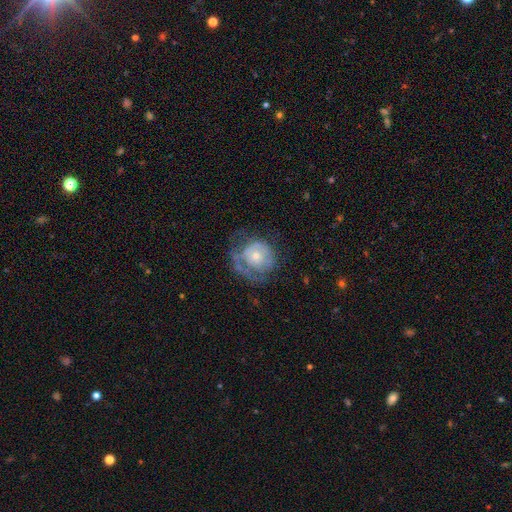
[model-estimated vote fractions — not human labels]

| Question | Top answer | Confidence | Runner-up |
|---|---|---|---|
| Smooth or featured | featured or disk | 56% | smooth (36%) |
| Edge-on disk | no | 97% | yes (3%) |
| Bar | no | 86% | weak (12%) |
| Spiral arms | yes | 52% | no (48%) |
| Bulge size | small | 50% | moderate (43%) |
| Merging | none | 41% | major disturbance (30%) |